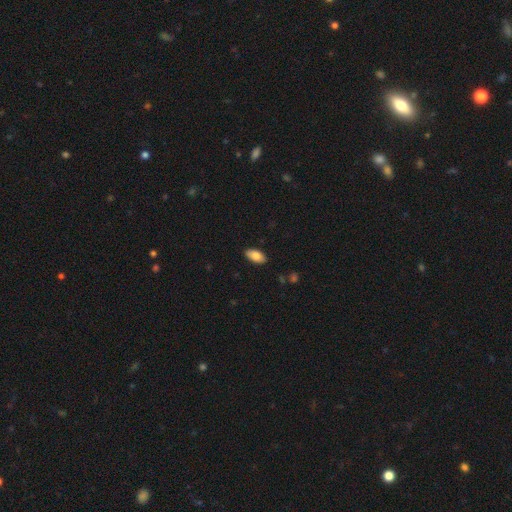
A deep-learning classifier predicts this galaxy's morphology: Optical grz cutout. It shows a smooth galaxy with no disk features (82%) that is in between round and cigar-shaped (94%). Merging: none (89%).